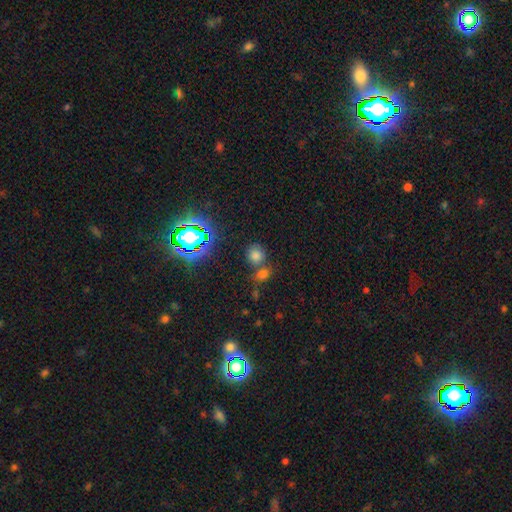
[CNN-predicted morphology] A smooth galaxy with no disk features (69%) that is round (82%).

Vote fractions:
- Smooth or featured? smooth: 69% / star or artifact: 24% / featured or disk: 7%
- How rounded? round: 82% / in between: 17% / cigar-shaped: 1%
- Merging? none: 60% / merger: 28% / minor disturbance: 9% / major disturbance: 4%